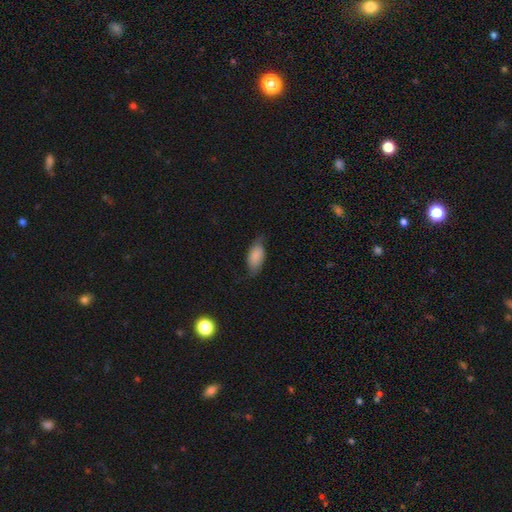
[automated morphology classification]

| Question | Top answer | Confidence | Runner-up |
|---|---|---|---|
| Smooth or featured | smooth | 76% | featured or disk (17%) |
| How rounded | in between | 90% | cigar-shaped (6%) |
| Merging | none | 61% | minor disturbance (29%) |